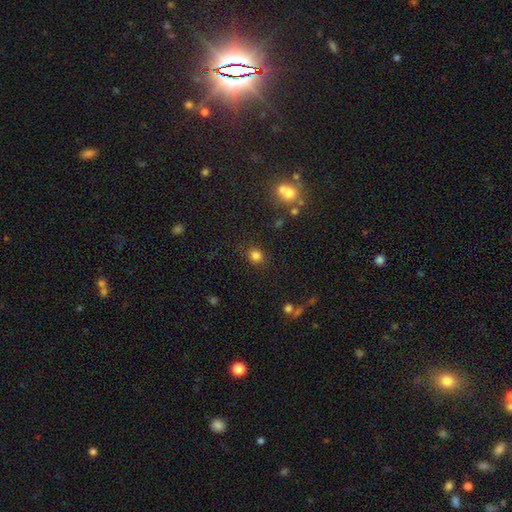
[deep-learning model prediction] smooth 81%, star or artifact 13%, featured or disk 5%. Down the decision tree: how rounded — round (83%); merging — none (86%).